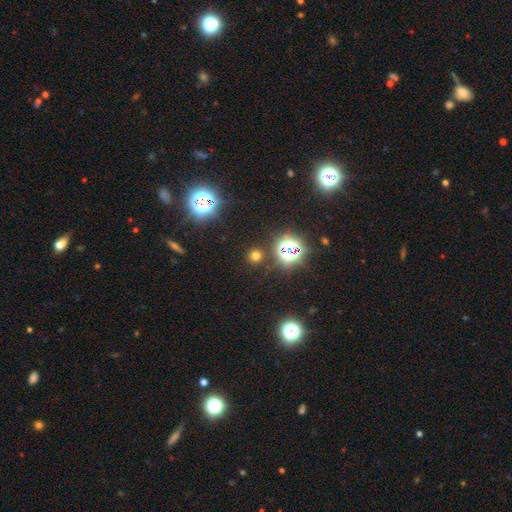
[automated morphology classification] Smooth or featured? smooth (59%)
How rounded? round (92%)
Merging? none (87%)